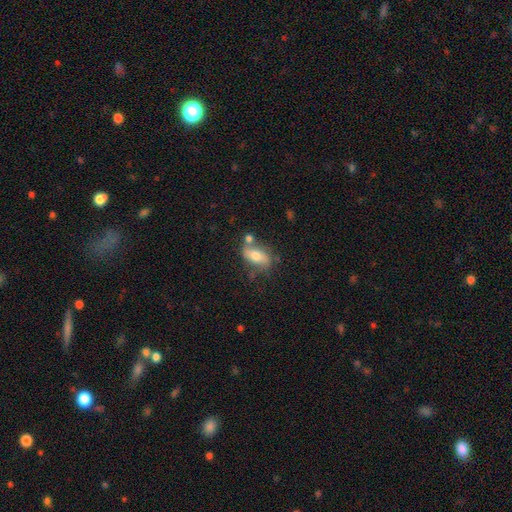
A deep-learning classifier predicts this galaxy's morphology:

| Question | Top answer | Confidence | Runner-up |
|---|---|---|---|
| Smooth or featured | smooth | 58% | featured or disk (34%) |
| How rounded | in between | 83% | cigar-shaped (10%) |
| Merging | none | 54% | minor disturbance (21%) |